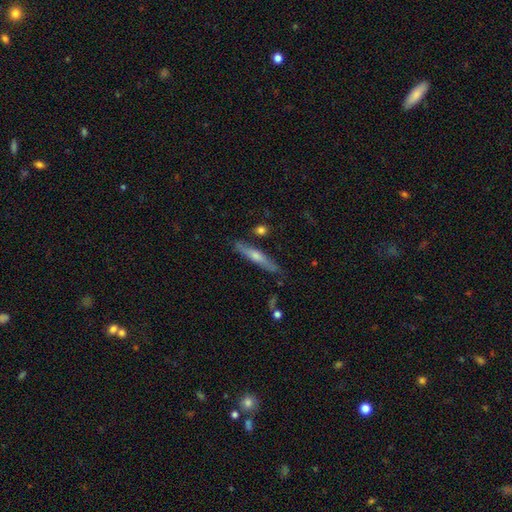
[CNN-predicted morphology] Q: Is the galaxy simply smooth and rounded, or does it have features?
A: featured or disk — 55%.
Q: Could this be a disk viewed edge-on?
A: yes — 93%.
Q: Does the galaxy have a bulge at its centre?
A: rounded — 76%.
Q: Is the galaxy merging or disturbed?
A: none — 84%.